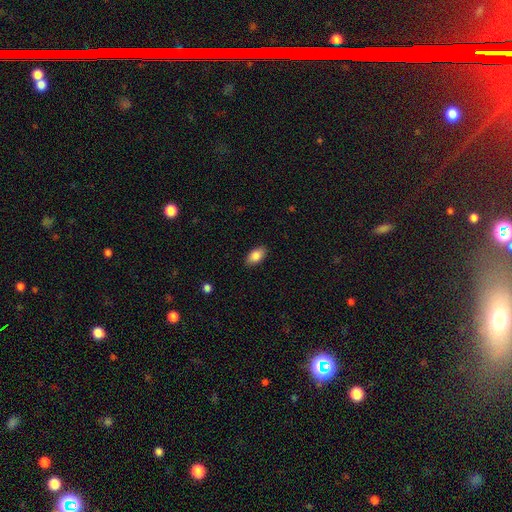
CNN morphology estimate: smooth-or-featured: smooth: 86% | star or artifact: 7% | featured or disk: 7%
  how-rounded: in between: 92% | round: 5% | cigar-shaped: 3%
  merging: none: 88% | minor disturbance: 9% | major disturbance: 2% | merger: 1%